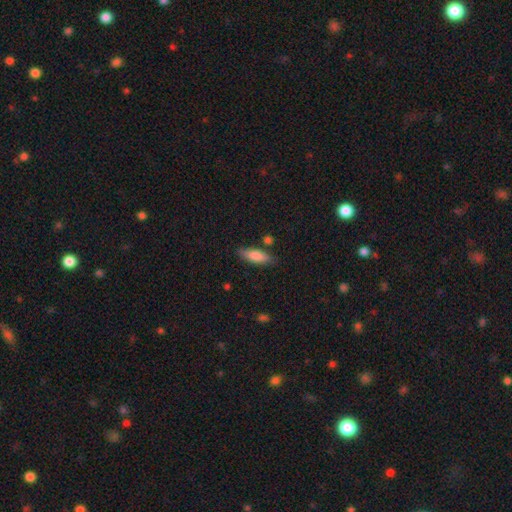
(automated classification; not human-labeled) Smooth or featured? smooth (77%)
How rounded? in between (52%)
Merging? none (79%)